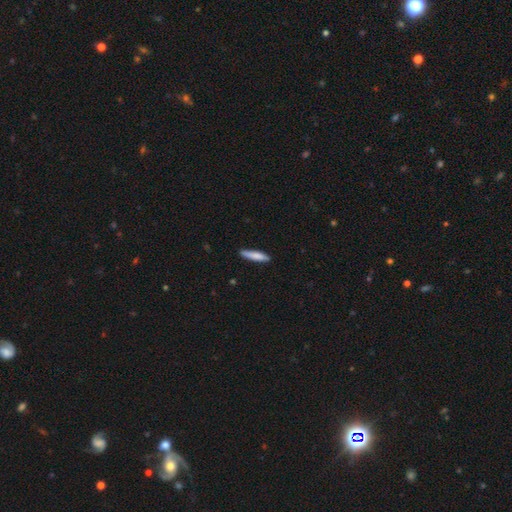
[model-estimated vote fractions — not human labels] Morphology: type=smooth (79%); roundness=cigar-shaped (85%); merging=none (87%).